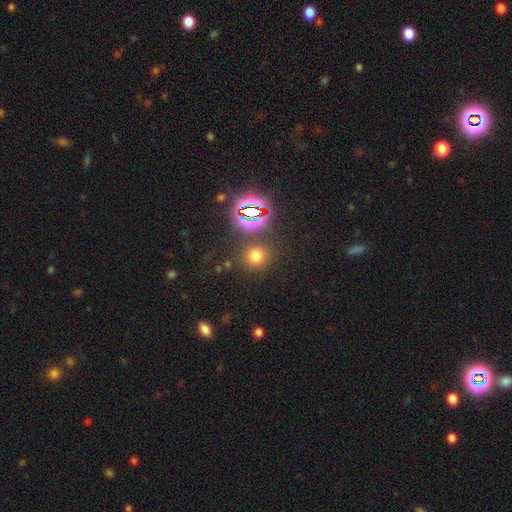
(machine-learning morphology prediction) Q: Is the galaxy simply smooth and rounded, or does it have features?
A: smooth — 65%.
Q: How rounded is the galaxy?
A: round — 87%.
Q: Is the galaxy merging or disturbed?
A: none — 82%.